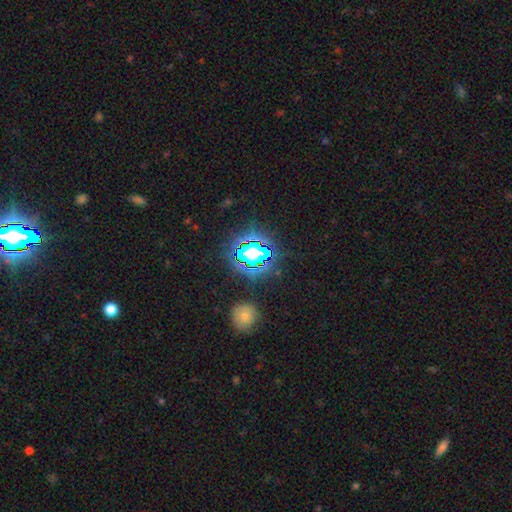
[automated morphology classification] type=star or artifact (78%).